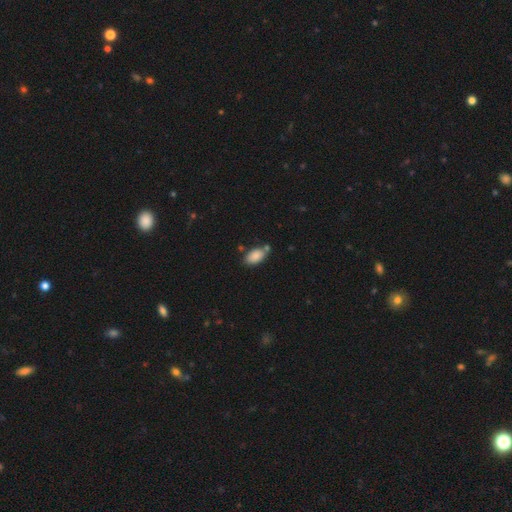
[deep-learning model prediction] Q: Smooth or featured?
A: smooth (87%); runner-up: star or artifact (7%)
Q: How rounded?
A: in between (93%); runner-up: round (5%)
Q: Merging?
A: none (63%); runner-up: minor disturbance (19%)